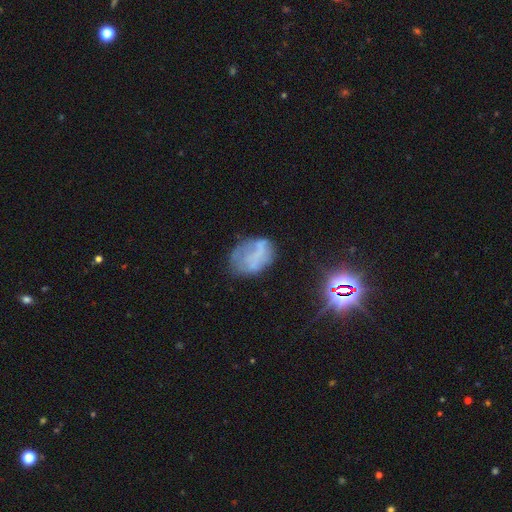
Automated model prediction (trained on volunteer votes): featured or disk 42%, smooth 39%, star or artifact 18%. Down the decision tree: merging — none (51%).